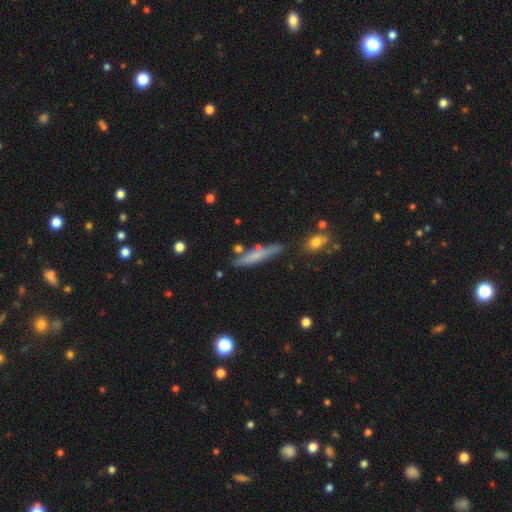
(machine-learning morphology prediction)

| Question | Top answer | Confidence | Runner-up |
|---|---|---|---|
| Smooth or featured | smooth | 59% | featured or disk (33%) |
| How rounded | cigar-shaped | 87% | in between (11%) |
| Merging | none | 76% | minor disturbance (15%) |